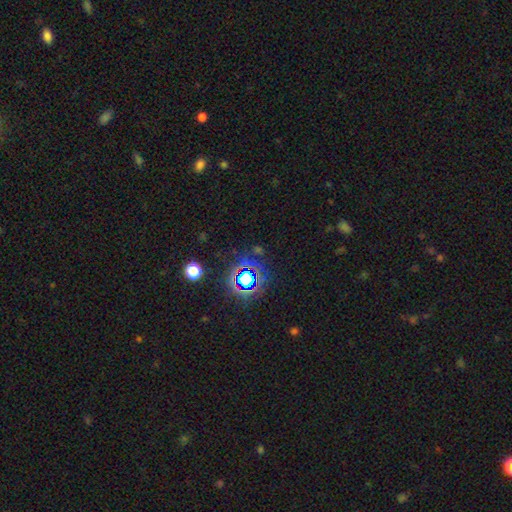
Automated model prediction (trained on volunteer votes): smooth-or-featured: star or artifact: 73% | smooth: 19% | featured or disk: 8%